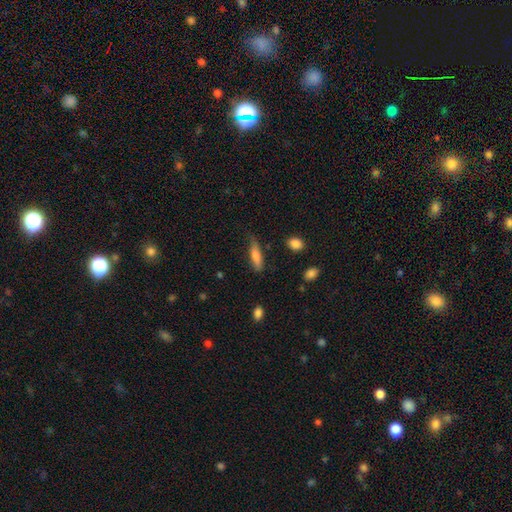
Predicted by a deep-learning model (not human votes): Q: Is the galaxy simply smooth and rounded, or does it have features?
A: smooth — 76%.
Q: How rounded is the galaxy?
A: cigar-shaped — 60%.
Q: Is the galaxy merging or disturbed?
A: none — 67%.